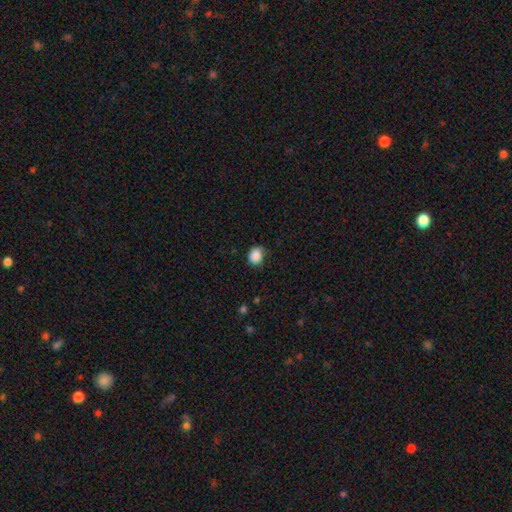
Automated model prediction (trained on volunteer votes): This appears to be a smooth galaxy with no disk features (87%) that is round (65%). Merging: none (72%).